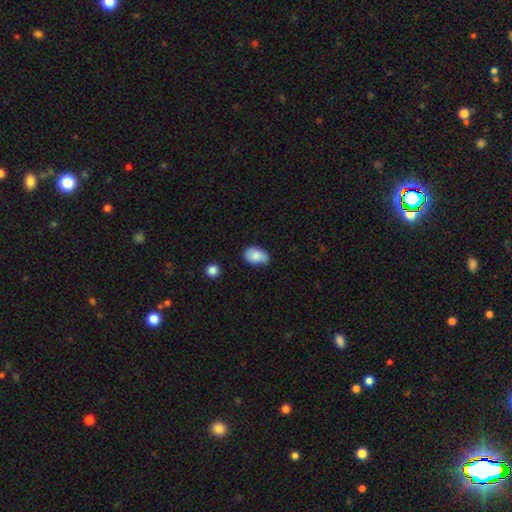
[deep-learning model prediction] Smooth or featured? Predicted: smooth (p=0.85). How rounded? Predicted: in between (p=0.89). Merging? Predicted: none (p=0.72).